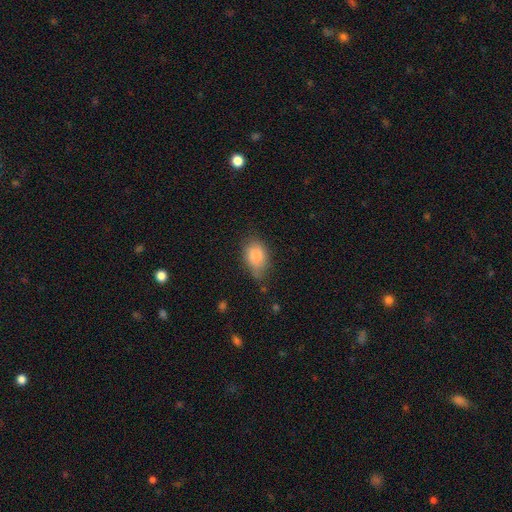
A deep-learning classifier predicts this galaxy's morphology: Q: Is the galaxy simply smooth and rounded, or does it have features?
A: smooth — 83%.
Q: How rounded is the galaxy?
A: in between — 82%.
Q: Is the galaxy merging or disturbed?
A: none — 49%.